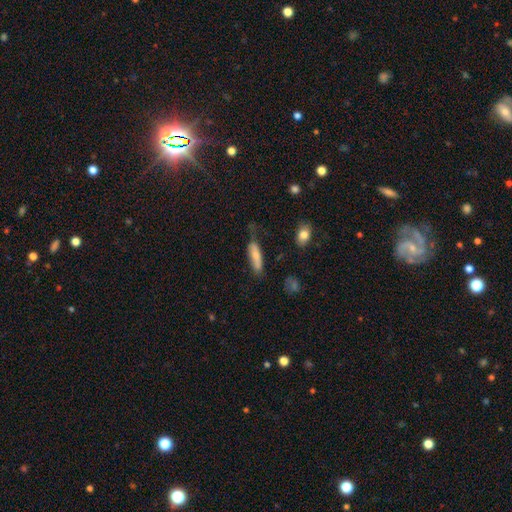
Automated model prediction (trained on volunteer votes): A smooth galaxy with no disk features (70%) that is cigar-shaped (60%).

Vote fractions:
- Smooth or featured? smooth: 70% / featured or disk: 23% / star or artifact: 7%
- How rounded? cigar-shaped: 60% / in between: 38% / round: 2%
- Merging? none: 55% / minor disturbance: 29% / major disturbance: 13% / merger: 4%